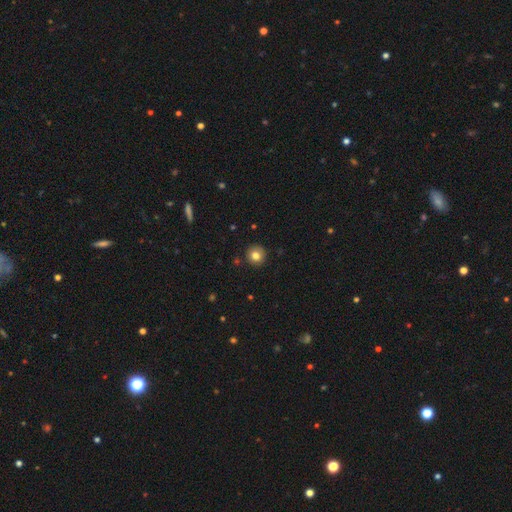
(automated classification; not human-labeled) This appears to be a smooth galaxy with no disk features (80%) that is round (93%). Merging: none (90%).